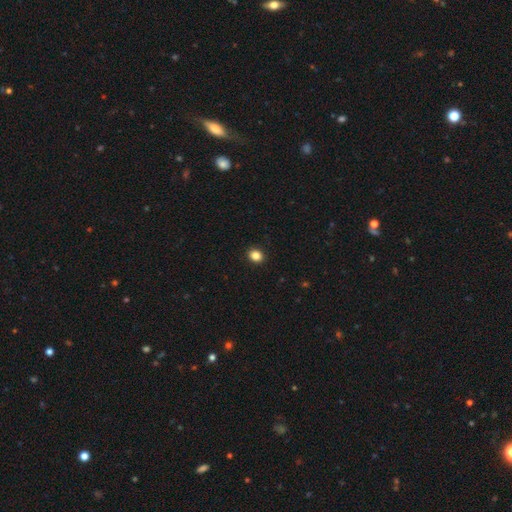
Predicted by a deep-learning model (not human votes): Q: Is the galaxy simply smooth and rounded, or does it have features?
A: smooth — 85%.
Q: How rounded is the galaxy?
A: round — 62%.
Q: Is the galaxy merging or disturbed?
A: none — 92%.